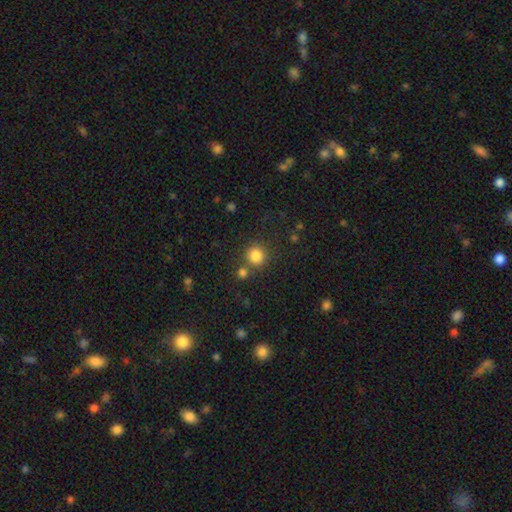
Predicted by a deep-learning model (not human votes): The model was most divided on "merging": none: 75%, merger: 14%, minor disturbance: 8%, major disturbance: 3%. More confident: how rounded — round (91%); smooth or featured — smooth (83%).